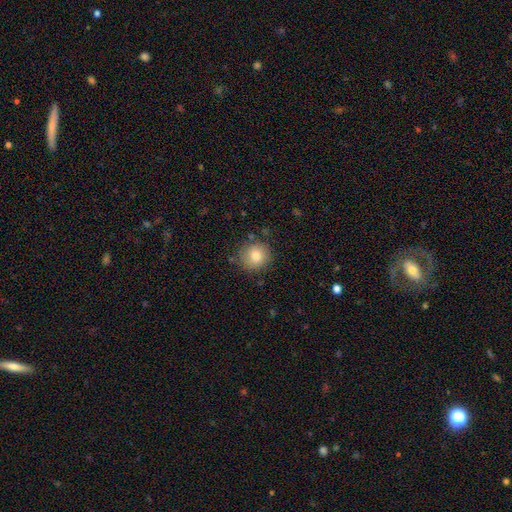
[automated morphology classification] A smooth galaxy with no disk features (82%) that is round (89%).

Vote fractions:
- Smooth or featured? smooth: 82% / star or artifact: 10% / featured or disk: 9%
- How rounded? round: 89% / in between: 10% / cigar-shaped: 1%
- Merging? none: 83% / minor disturbance: 12% / major disturbance: 3% / merger: 2%